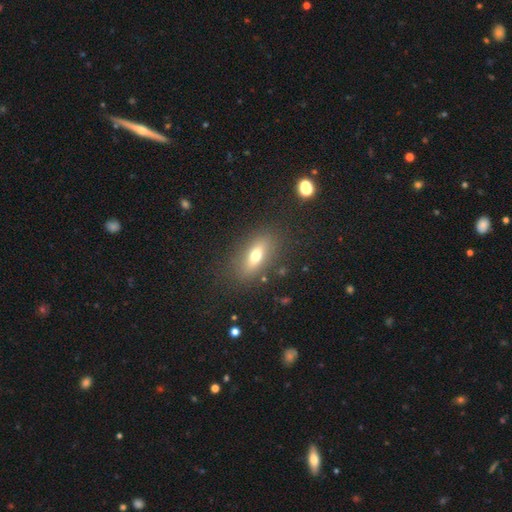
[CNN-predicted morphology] Q: Smooth or featured?
A: smooth (64%); runner-up: featured or disk (26%)
Q: How rounded?
A: in between (70%); runner-up: cigar-shaped (23%)
Q: Merging?
A: none (83%); runner-up: minor disturbance (10%)